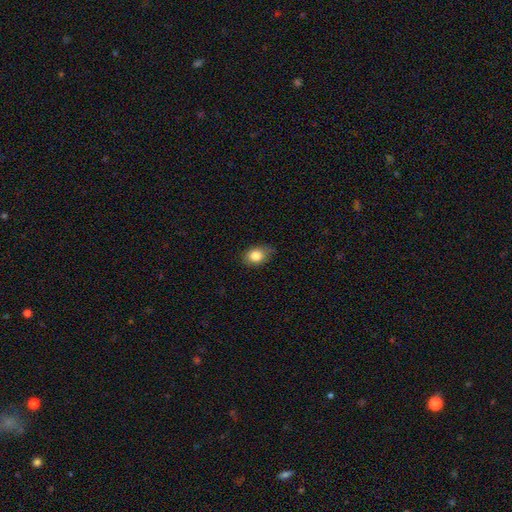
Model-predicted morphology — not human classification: A smooth galaxy with no disk features (83%) that is in between round and cigar-shaped (69%). Merging: none (74%).